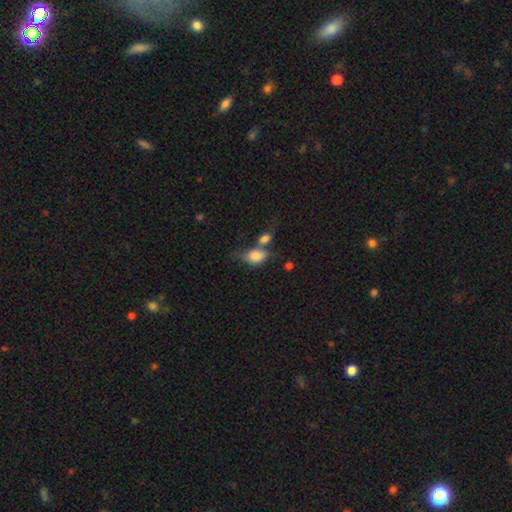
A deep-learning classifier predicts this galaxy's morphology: smooth 80%, featured or disk 11%, star or artifact 8%. Down the decision tree: how rounded — in between (77%); merging — merger (43%).